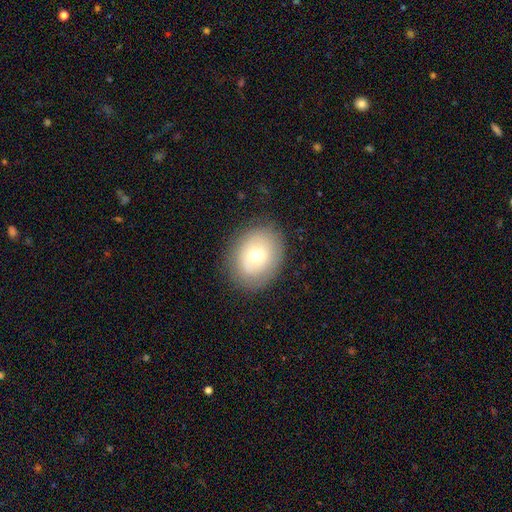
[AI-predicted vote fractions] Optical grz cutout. It shows a smooth galaxy with no disk features (60%) that is in between round and cigar-shaped (53%). Merging: none (81%).